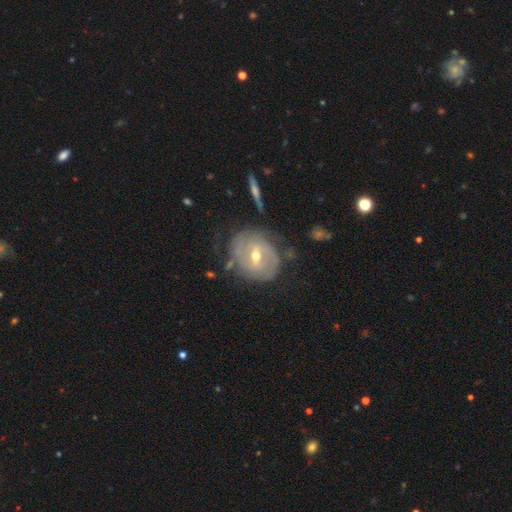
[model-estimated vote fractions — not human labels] This appears to be a featured or disk galaxy (78%) with a weak bar (53%), 2 (47%) tight (60%) spiral arms (80%) and a moderate central bulge (60%). Merging: none (67%).